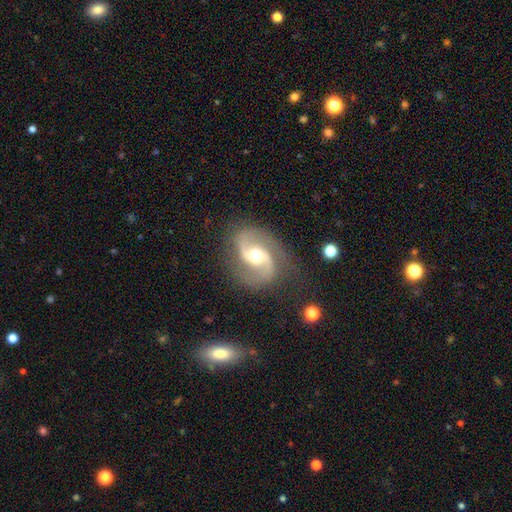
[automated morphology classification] type=featured or disk (90%); edge-on=no (98%); bar=no (44%); spiral arms=yes (97%); winding=medium (56%); arm count=2 (94%); bulge=moderate (74%); merging=none (78%).